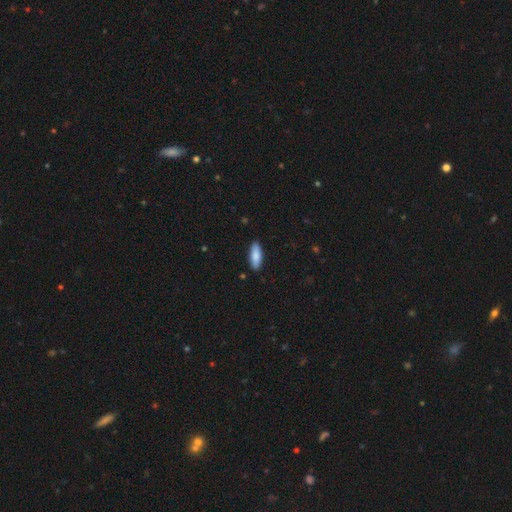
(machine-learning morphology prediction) The model was most divided on "how rounded": in between: 66%, cigar-shaped: 33%, round: 2%. More confident: merging — none (89%); smooth or featured — smooth (87%).